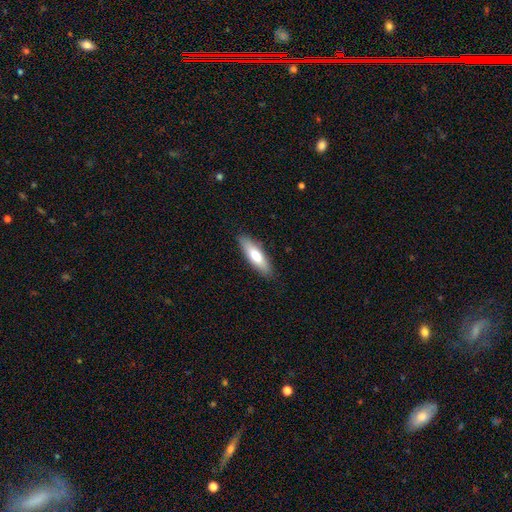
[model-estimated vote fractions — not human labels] Q: Smooth or featured?
A: smooth (71%); runner-up: featured or disk (23%)
Q: How rounded?
A: cigar-shaped (56%); runner-up: in between (42%)
Q: Merging?
A: none (86%); runner-up: minor disturbance (10%)